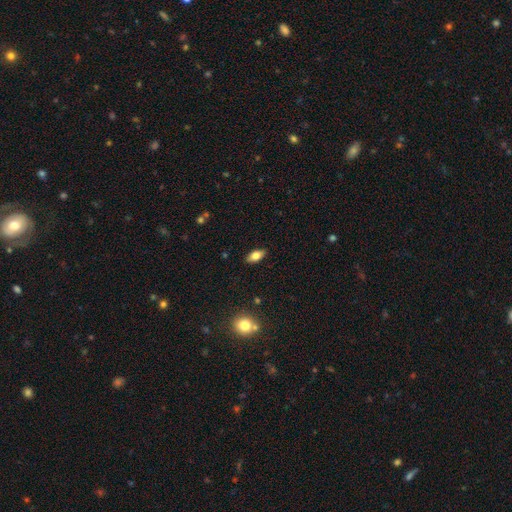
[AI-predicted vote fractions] Smooth or featured: smooth — 73% (featured or disk — 18%)
How rounded: in between — 87% (cigar-shaped — 9%)
Merging: none — 87% (minor disturbance — 9%)